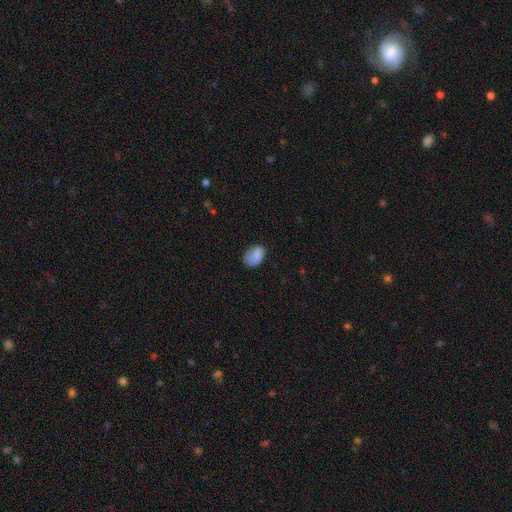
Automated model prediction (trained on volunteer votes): smooth-or-featured: smooth: 81% | featured or disk: 10% | star or artifact: 9%
  how-rounded: in between: 81% | round: 18% | cigar-shaped: 1%
  merging: none: 61% | minor disturbance: 26% | major disturbance: 11% | merger: 2%